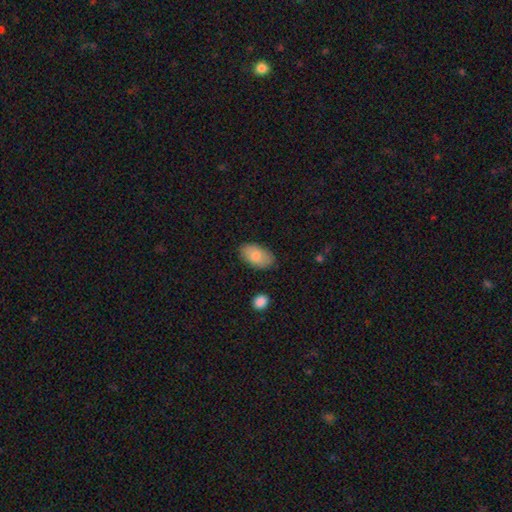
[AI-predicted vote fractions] A smooth galaxy with no disk features (82%) that is in between round and cigar-shaped (95%).

Vote fractions:
- Smooth or featured? smooth: 82% / featured or disk: 11% / star or artifact: 6%
- How rounded? in between: 95% / round: 4% / cigar-shaped: 2%
- Merging? none: 83% / minor disturbance: 13% / major disturbance: 3% / merger: 2%